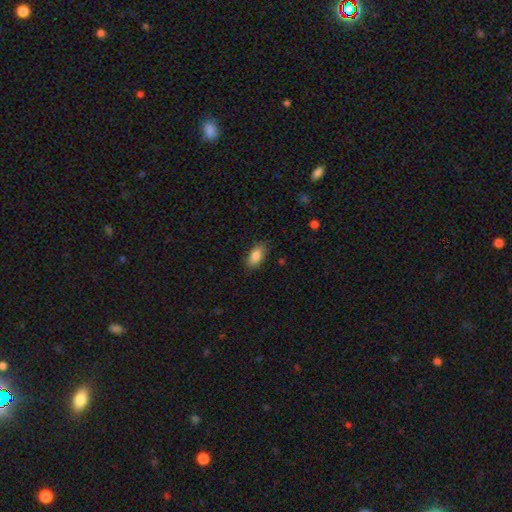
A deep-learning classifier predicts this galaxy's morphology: Smooth or featured? smooth (86%)
How rounded? in between (89%)
Merging? none (82%)